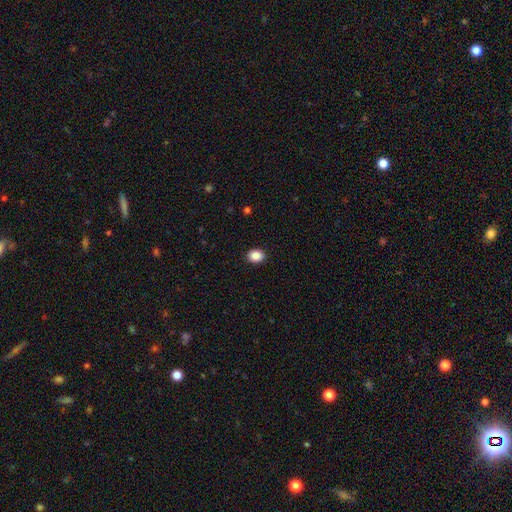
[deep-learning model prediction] Smooth or featured?
  - smooth: 88% *
  - star or artifact: 9%
  - featured or disk: 3%
How rounded?
  - in between: 57% *
  - round: 42%
  - cigar-shaped: 1%
Merging?
  - none: 91% *
  - minor disturbance: 6%
  - major disturbance: 2%
  - merger: 1%